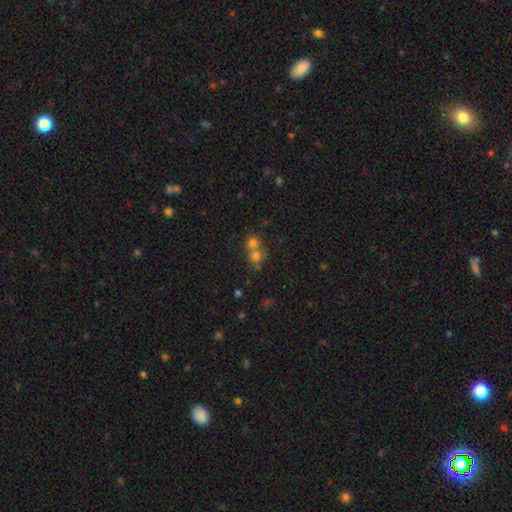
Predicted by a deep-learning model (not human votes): smooth_or_featured: smooth (p=0.68) [alt: star or artifact p=0.16]
how_rounded: round (p=0.81) [alt: in between p=0.18]
merging: merger (p=0.61) [alt: none p=0.32]